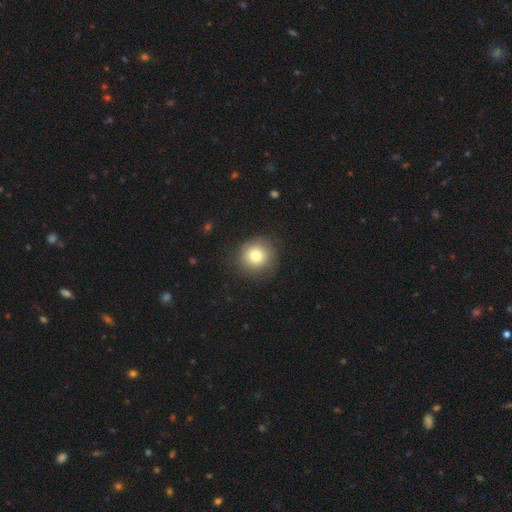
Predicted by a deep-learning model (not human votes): A smooth galaxy with no disk features (79%) that is round (92%). Merging: none (86%).